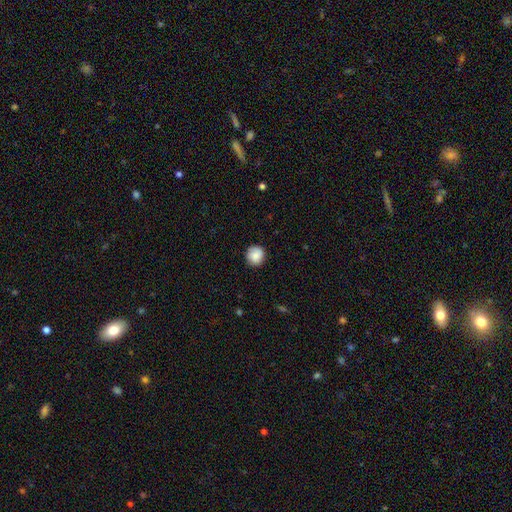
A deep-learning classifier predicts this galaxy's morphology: Smooth or featured: smooth — 84% (featured or disk — 8%)
How rounded: round — 90% (in between — 9%)
Merging: none — 87% (minor disturbance — 10%)